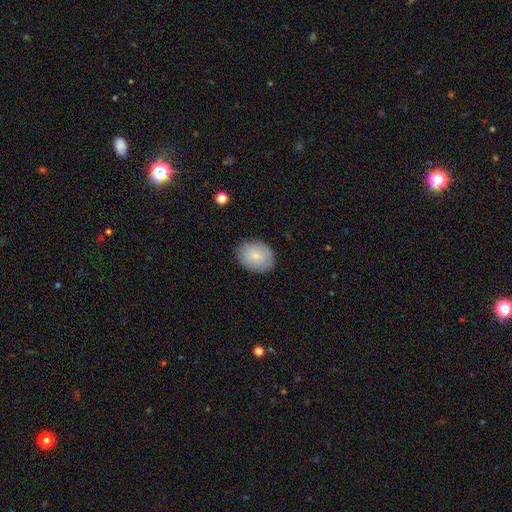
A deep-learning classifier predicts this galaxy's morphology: smooth-or-featured: smooth: 81% | featured or disk: 13% | star or artifact: 7%
  how-rounded: in between: 53% | round: 47% | cigar-shaped: 1%
  merging: none: 85% | minor disturbance: 11% | major disturbance: 3% | merger: 1%